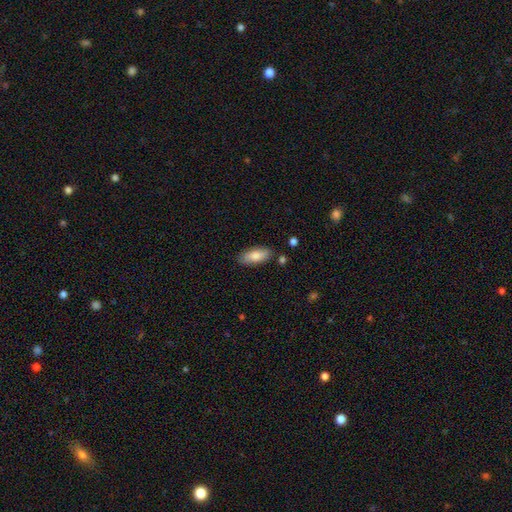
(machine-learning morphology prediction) Smooth or featured: smooth — 83% (featured or disk — 11%)
How rounded: in between — 82% (cigar-shaped — 16%)
Merging: none — 83% (minor disturbance — 12%)